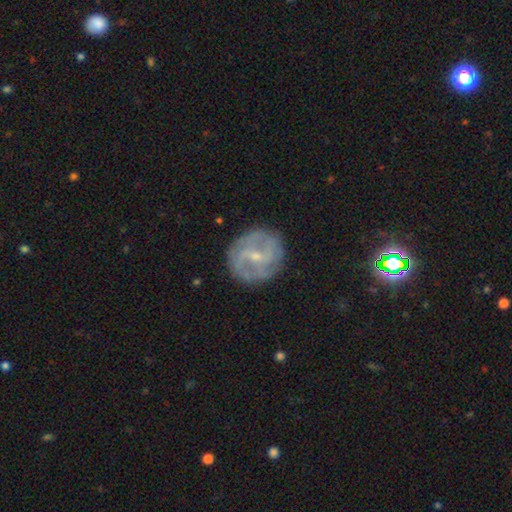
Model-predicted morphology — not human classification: smooth_or_featured: featured or disk (p=0.78) [alt: smooth p=0.15]
disk_edge_on: no (p=0.97) [alt: yes p=0.03]
bar: weak (p=0.50) [alt: no p=0.28]
has_spiral_arms: yes (p=0.88) [alt: no p=0.12]
spiral_winding: medium (p=0.44) [alt: tight p=0.37]
spiral_arm_count: 2 (p=0.57) [alt: can't tell p=0.21]
bulge_size: small (p=0.72) [alt: moderate p=0.24]
merging: none (p=0.82) [alt: minor disturbance p=0.12]